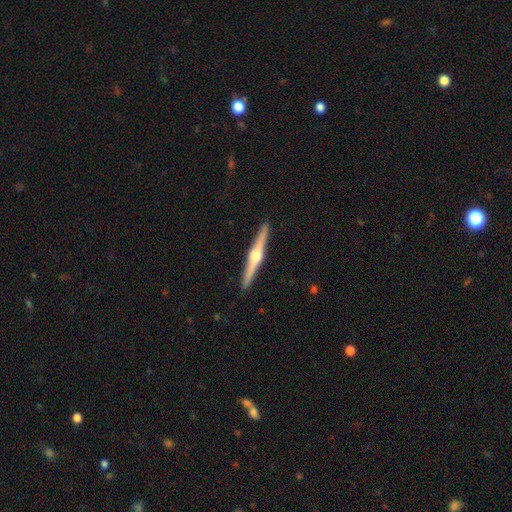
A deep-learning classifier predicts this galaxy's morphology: Smooth or featured? Predicted: featured or disk (p=0.80). Edge-on disk? Predicted: yes (p=0.99). Edge-on bulge? Predicted: rounded (p=0.95). Merging? Predicted: none (p=0.93).